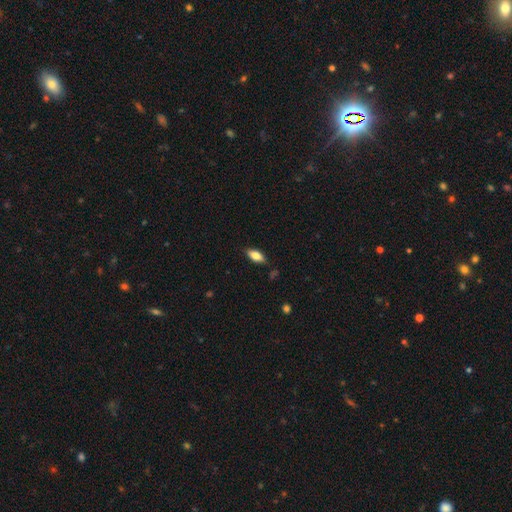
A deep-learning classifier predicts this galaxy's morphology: Smooth or featured? Predicted: smooth (p=0.78). How rounded? Predicted: in between (p=0.86). Merging? Predicted: none (p=0.84).